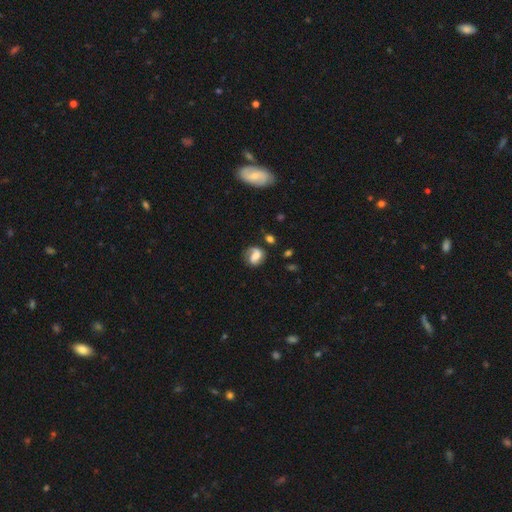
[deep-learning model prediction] Smooth or featured?
  - featured or disk: 54% *
  - smooth: 37%
  - star or artifact: 9%
Edge-on disk?
  - no: 97% *
  - yes: 3%
Bar?
  - weak: 41% *
  - no: 33%
  - strong: 25%
Spiral arms?
  - yes: 84% *
  - no: 16%
Bulge size?
  - moderate: 39% *
  - small: 24%
  - large: 20%
  - none: 13%
  - dominant: 4%
Merging?
  - none: 61% *
  - minor disturbance: 22%
  - major disturbance: 12%
  - merger: 5%